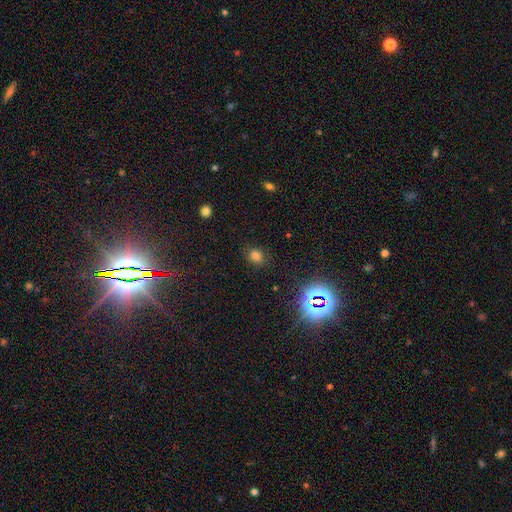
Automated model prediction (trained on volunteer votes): smooth 72%, star or artifact 22%, featured or disk 6%. Down the decision tree: how rounded — round (59%); merging — none (81%).